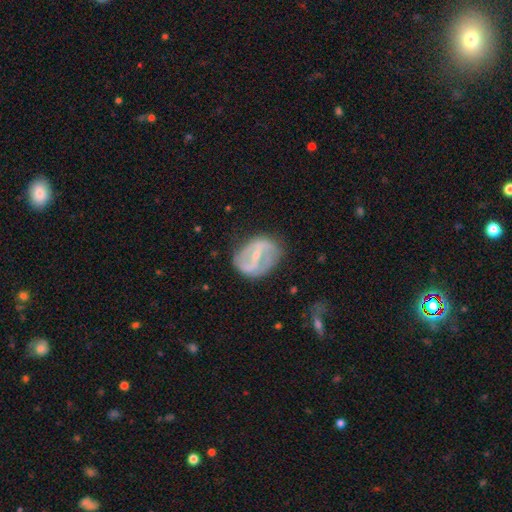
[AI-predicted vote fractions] Smooth or featured?
  - featured or disk: 78% *
  - smooth: 16%
  - star or artifact: 6%
Edge-on disk?
  - no: 96% *
  - yes: 4%
Bar?
  - strong: 55% *
  - weak: 33%
  - no: 12%
Spiral arms?
  - yes: 78% *
  - no: 22%
Spiral winding?
  - medium: 40% *
  - loose: 39%
  - tight: 22%
Spiral arm count?
  - 2: 82% *
  - can't tell: 11%
  - 1: 4%
  - 3: 2%
  - 4: 1%
  - more than 4: 1%
Bulge size?
  - small: 67% *
  - moderate: 25%
  - none: 6%
  - large: 1%
  - dominant: 1%
Merging?
  - none: 70% *
  - minor disturbance: 20%
  - major disturbance: 8%
  - merger: 2%